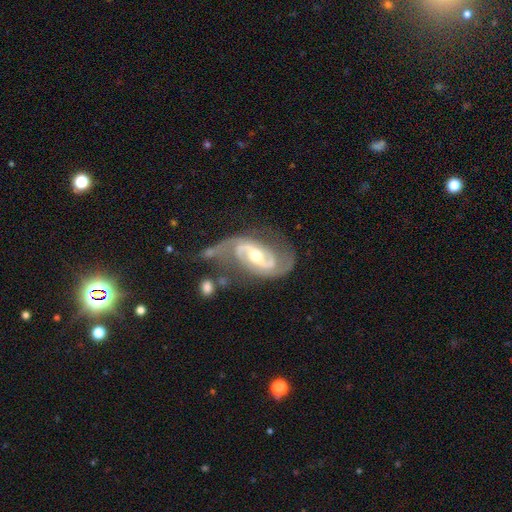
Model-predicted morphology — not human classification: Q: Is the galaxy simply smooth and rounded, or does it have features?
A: featured or disk — 91%.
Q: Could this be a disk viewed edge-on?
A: no — 97%.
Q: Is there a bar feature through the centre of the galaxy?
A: weak — 43%.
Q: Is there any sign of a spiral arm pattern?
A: yes — 97%.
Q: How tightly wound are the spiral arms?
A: medium — 52%.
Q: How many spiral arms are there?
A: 2 — 90%.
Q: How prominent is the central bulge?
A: moderate — 64%.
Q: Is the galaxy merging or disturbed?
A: none — 51%.